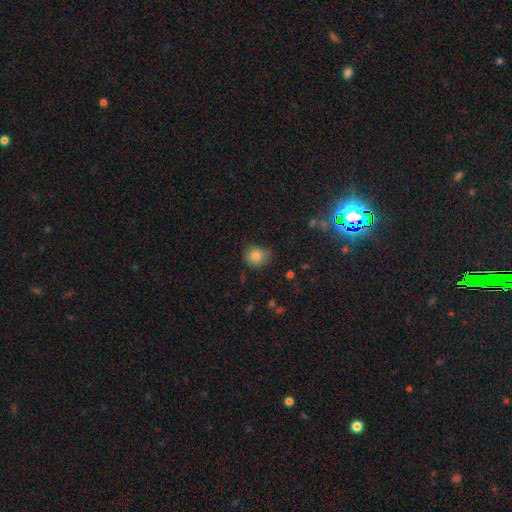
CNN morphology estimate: This is clearly a smooth galaxy (84%). How rounded: likely round (77%). Merging: likely none (76%).